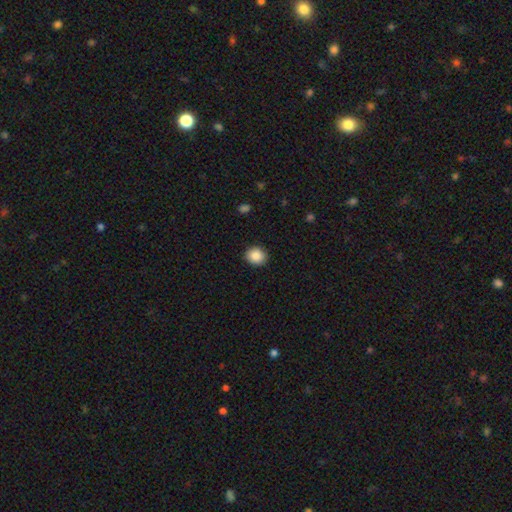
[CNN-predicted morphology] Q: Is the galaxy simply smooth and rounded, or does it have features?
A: smooth — 88%.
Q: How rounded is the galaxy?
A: round — 78%.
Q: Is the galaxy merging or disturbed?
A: none — 90%.